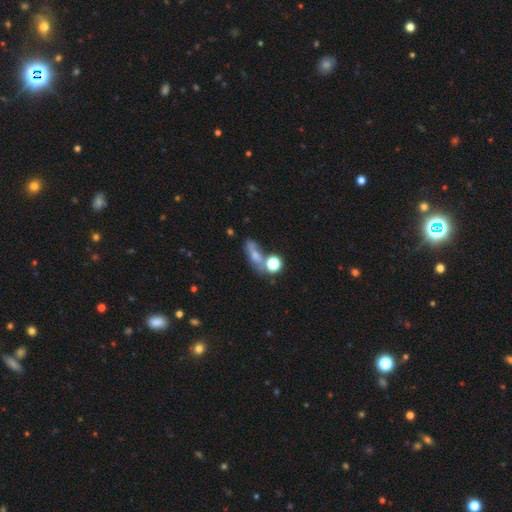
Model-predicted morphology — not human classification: Smooth or featured: smooth — 54% (featured or disk — 24%)
How rounded: in between — 48% (round — 27%)
Merging: none — 39% (merger — 27%)